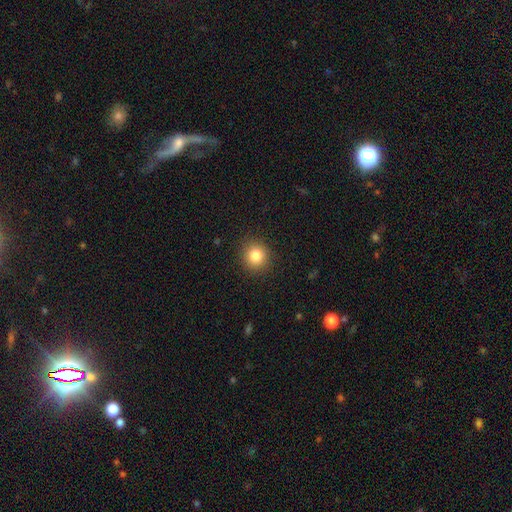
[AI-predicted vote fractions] Smooth or featured? smooth (83%)
How rounded? round (88%)
Merging? none (90%)